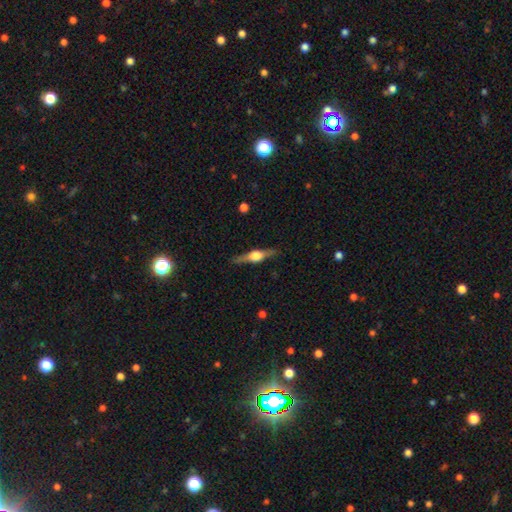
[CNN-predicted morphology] featured or disk 77%, smooth 18%, star or artifact 5%. Down the decision tree: edge-on disk — yes (97%); edge-on bulge — rounded (92%); merging — none (88%).